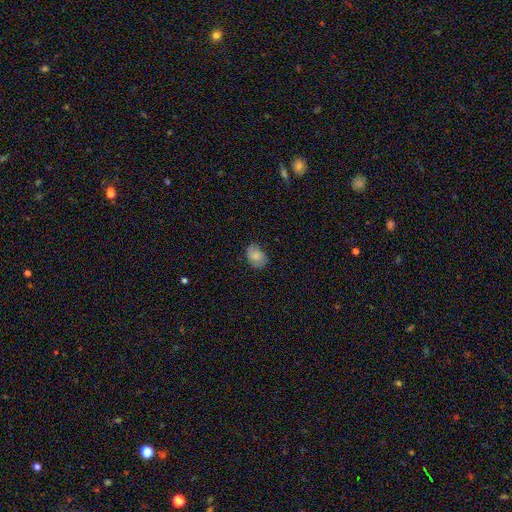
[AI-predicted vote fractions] Smooth or featured? Predicted: smooth (p=0.80). How rounded? Predicted: in between (p=0.72). Merging? Predicted: none (p=0.76).